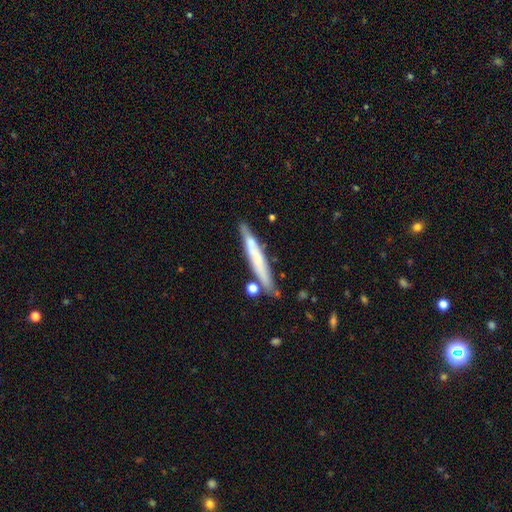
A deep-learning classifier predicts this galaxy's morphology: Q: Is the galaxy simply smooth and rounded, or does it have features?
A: smooth — 48%.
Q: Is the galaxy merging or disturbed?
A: none — 76%.